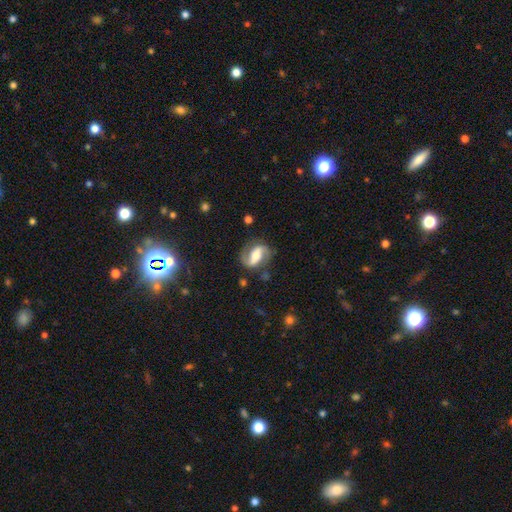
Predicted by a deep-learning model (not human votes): A featured or disk galaxy (80%) with a strong bar (40%), 2 (90%) medium (46%) spiral arms (94%) and a moderate central bulge (50%).

Vote fractions:
- Smooth or featured? featured or disk: 80% / smooth: 14% / star or artifact: 6%
- Edge-on disk? no: 97% / yes: 3%
- Bar? strong: 40% / weak: 35% / no: 25%
- Spiral arms? yes: 94% / no: 6%
- Spiral winding? medium: 46% / loose: 35% / tight: 19%
- Spiral arm count? 2: 90% / 1: 4% / can't tell: 3% / 3: 1% / 4: 1% / more than 4: 1%
- Bulge size? moderate: 50% / large: 21% / small: 21% / none: 4% / dominant: 3%
- Merging? none: 75% / minor disturbance: 16% / major disturbance: 7% / merger: 2%